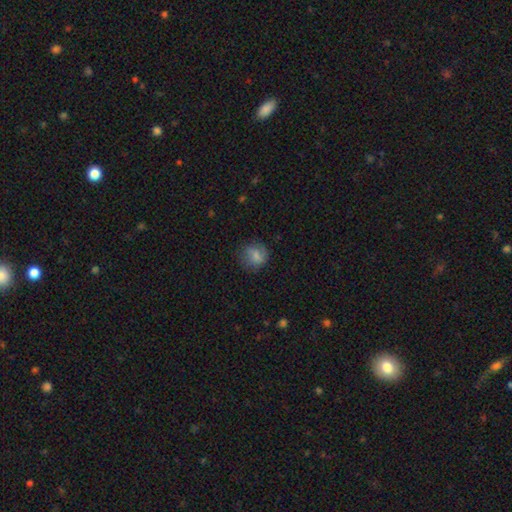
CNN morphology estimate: type=smooth (75%); roundness=round (81%); merging=none (74%).